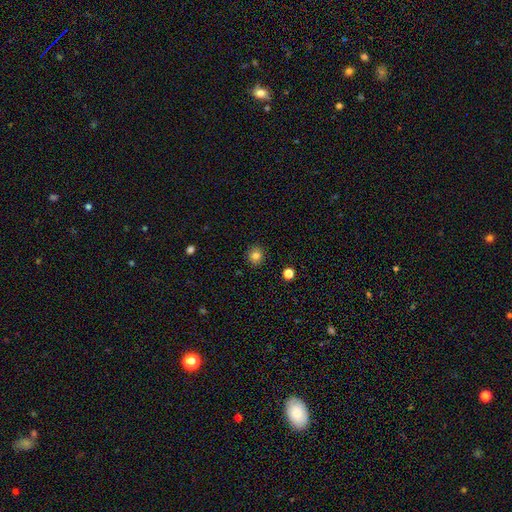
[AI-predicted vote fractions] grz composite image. It shows a smooth galaxy with no disk features (82%) that is round (88%). Merging: none (91%).